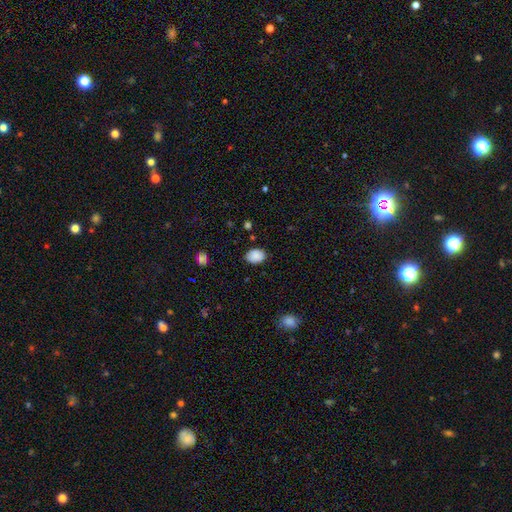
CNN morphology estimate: A smooth galaxy with no disk features (87%) that is in between round and cigar-shaped (73%). Merging: none (80%).